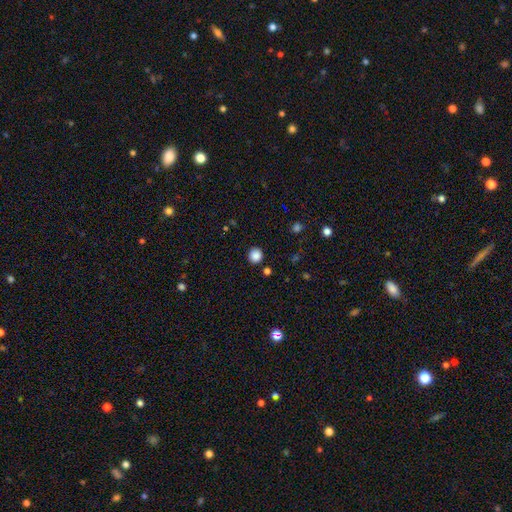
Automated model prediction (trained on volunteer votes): Q: Smooth or featured?
A: smooth (86%); runner-up: star or artifact (11%)
Q: How rounded?
A: round (93%); runner-up: in between (6%)
Q: Merging?
A: none (90%); runner-up: minor disturbance (6%)